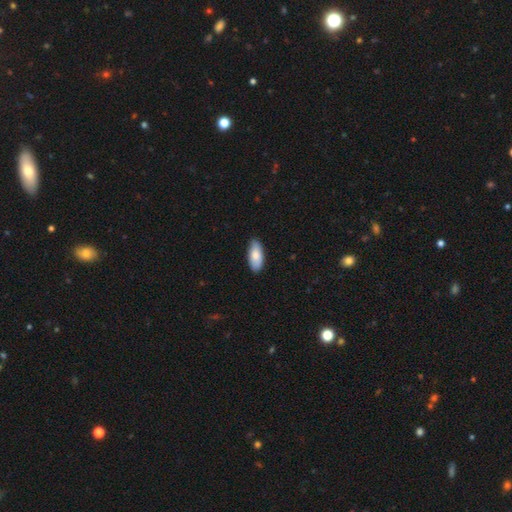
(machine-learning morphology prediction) Overall: smooth (81%). How rounded: in between (86%). Merging: none (86%).